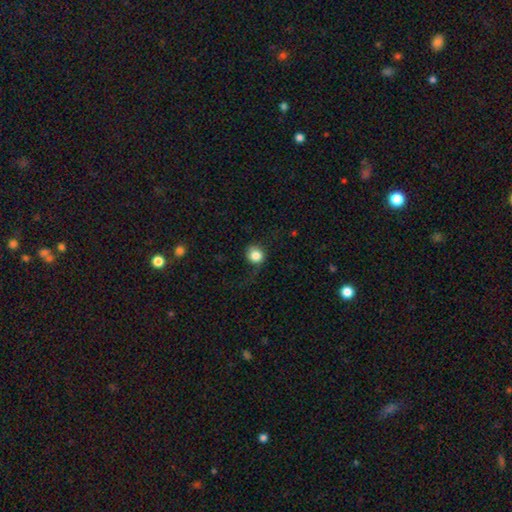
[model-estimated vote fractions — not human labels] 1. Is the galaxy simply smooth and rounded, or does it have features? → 82% smooth, 9% star or artifact, 9% featured or disk.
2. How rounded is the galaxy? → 86% round, 13% in between, 1% cigar-shaped.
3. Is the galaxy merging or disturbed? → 66% none, 20% minor disturbance, 12% major disturbance, 2% merger.